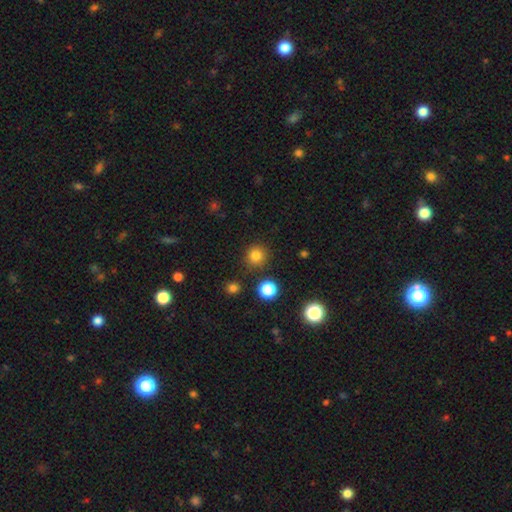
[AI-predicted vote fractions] smooth 81%, star or artifact 14%, featured or disk 5%. Down the decision tree: how rounded — round (94%); merging — none (87%).